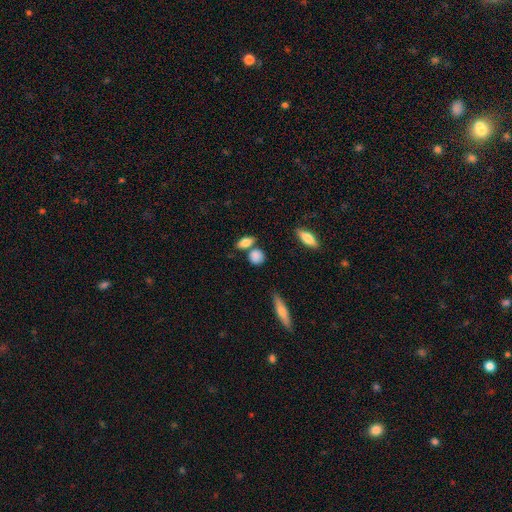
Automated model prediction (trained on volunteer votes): A smooth galaxy with no disk features (84%) that is round (55%).

Vote fractions:
- Smooth or featured? smooth: 84% / featured or disk: 8% / star or artifact: 8%
- How rounded? round: 55% / in between: 38% / cigar-shaped: 8%
- Merging? none: 67% / merger: 17% / minor disturbance: 13% / major disturbance: 4%